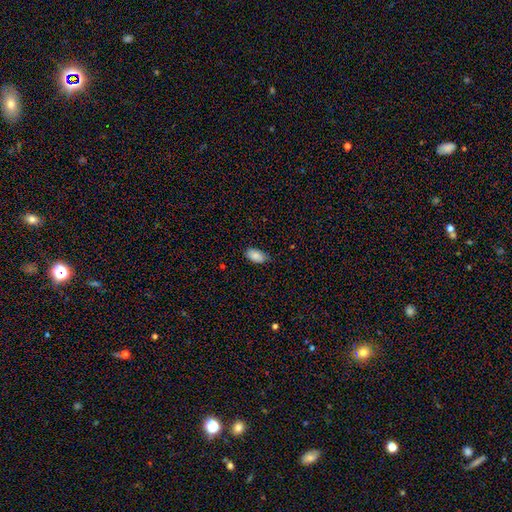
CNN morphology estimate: Smooth or featured?
  - smooth: 87% *
  - star or artifact: 7%
  - featured or disk: 6%
How rounded?
  - in between: 94% *
  - round: 4%
  - cigar-shaped: 2%
Merging?
  - none: 78% *
  - minor disturbance: 18%
  - major disturbance: 3%
  - merger: 1%